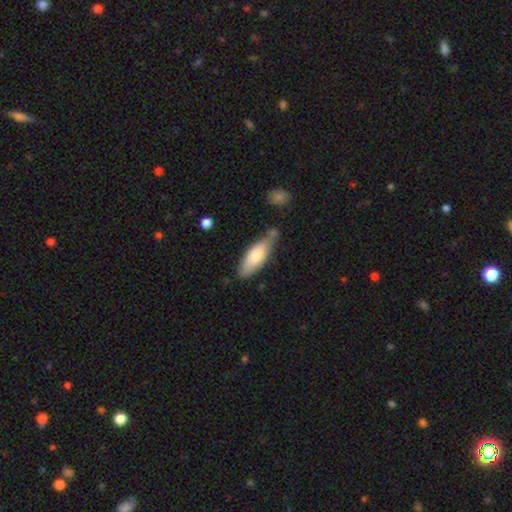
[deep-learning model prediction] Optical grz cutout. It shows a smooth galaxy with no disk features (74%) that is in between round and cigar-shaped (63%). Merging: none (60%).